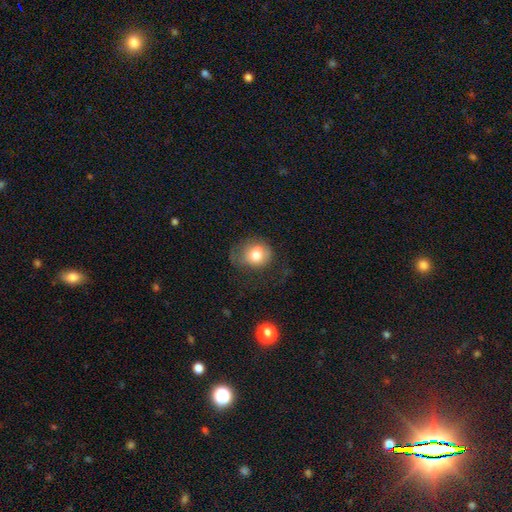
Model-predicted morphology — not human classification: Smooth or featured? Predicted: smooth (p=0.73). How rounded? Predicted: round (p=0.69). Merging? Predicted: none (p=0.44).